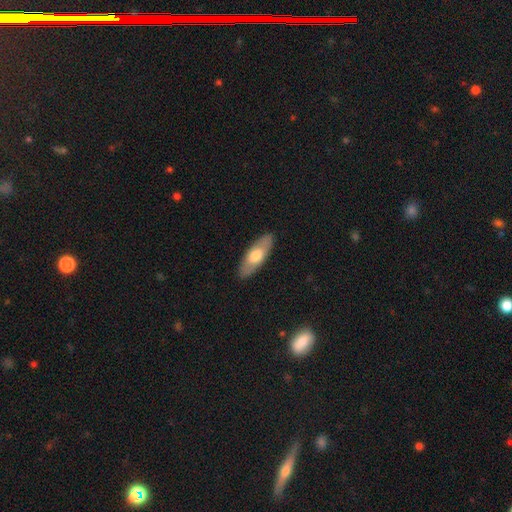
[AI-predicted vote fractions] Overall: smooth (60%; featured or disk 35%). How rounded: in between (69%). Merging: none (88%).